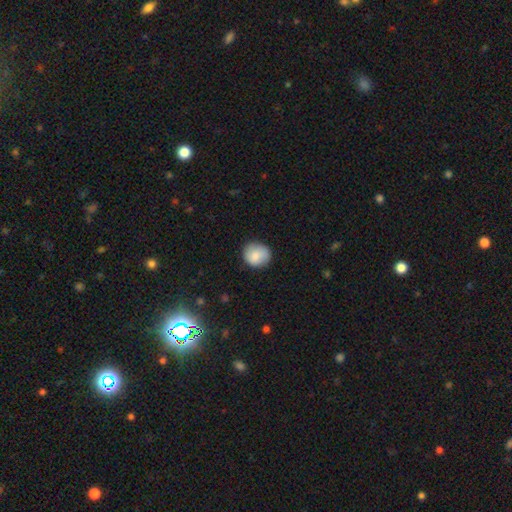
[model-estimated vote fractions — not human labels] smooth_or_featured: smooth (p=0.82) [alt: featured or disk p=0.11]
how_rounded: round (p=0.83) [alt: in between p=0.16]
merging: none (p=0.82) [alt: minor disturbance p=0.14]